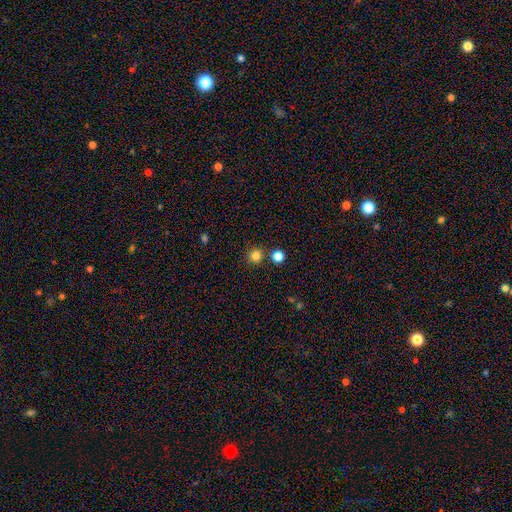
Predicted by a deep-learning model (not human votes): Smooth or featured?
  - smooth: 82% *
  - star or artifact: 14%
  - featured or disk: 4%
How rounded?
  - round: 94% *
  - in between: 5%
  - cigar-shaped: 1%
Merging?
  - none: 83% *
  - merger: 9%
  - minor disturbance: 6%
  - major disturbance: 2%